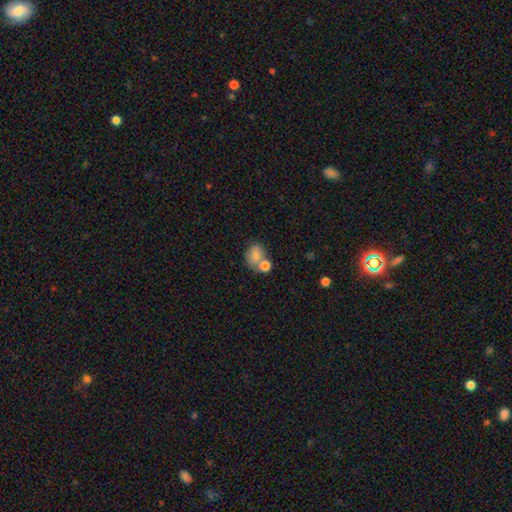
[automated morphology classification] smooth-or-featured: smooth: 78% | featured or disk: 12% | star or artifact: 10%
  how-rounded: in between: 55% | round: 44% | cigar-shaped: 1%
  merging: none: 40% | merger: 39% | minor disturbance: 14% | major disturbance: 7%